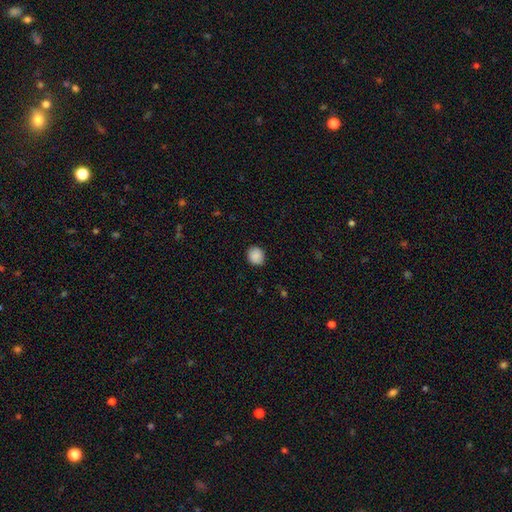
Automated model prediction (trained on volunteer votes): Morphology: type=smooth (89%); roundness=round (74%); merging=none (87%).